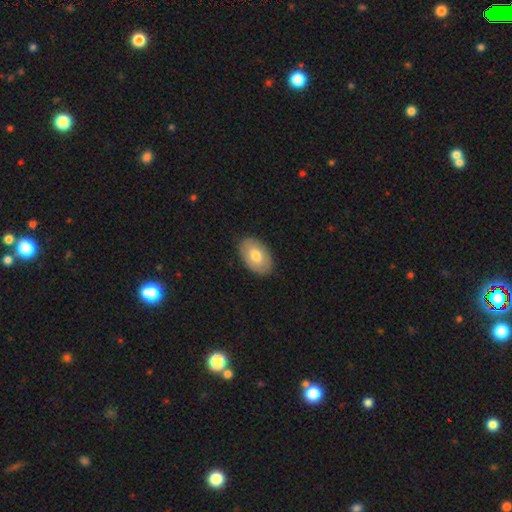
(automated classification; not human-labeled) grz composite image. It shows a smooth galaxy with no disk features (72%) that is in between round and cigar-shaped (91%). Merging: none (87%).